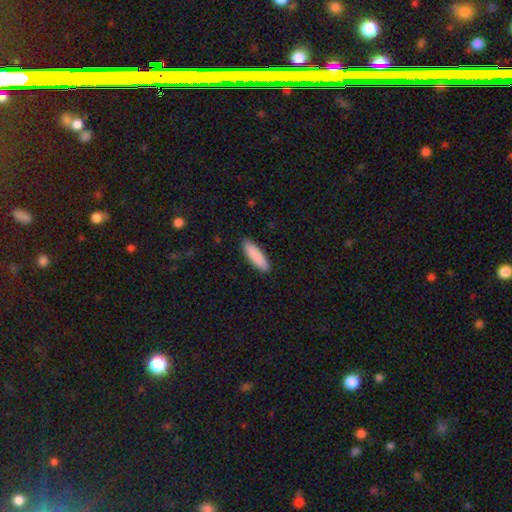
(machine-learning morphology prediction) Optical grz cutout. It shows a smooth galaxy with no disk features (89%) that is cigar-shaped (59%). Merging: none (90%).